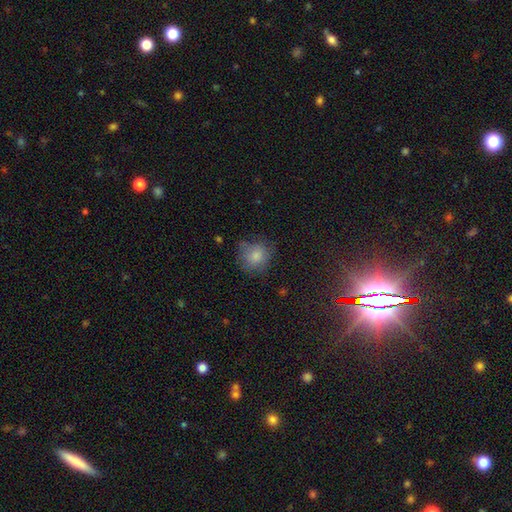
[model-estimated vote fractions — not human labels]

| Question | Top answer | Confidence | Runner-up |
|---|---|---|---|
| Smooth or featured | smooth | 81% | star or artifact (10%) |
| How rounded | round | 82% | in between (17%) |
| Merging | none | 67% | minor disturbance (22%) |